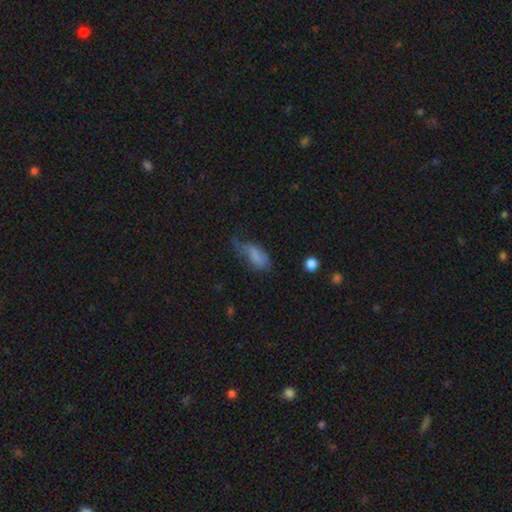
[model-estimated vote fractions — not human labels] Overall: smooth (70%). How rounded: in between (84%). Merging: minor disturbance (37%; none 30%).